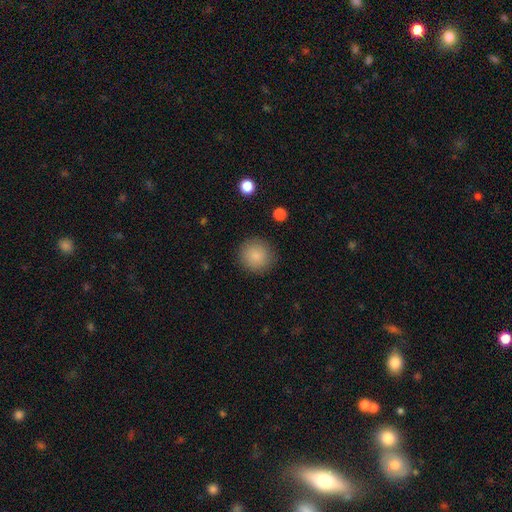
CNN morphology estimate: smooth-or-featured: smooth: 87% | star or artifact: 8% | featured or disk: 5%
  how-rounded: round: 93% | in between: 6% | cigar-shaped: 1%
  merging: none: 89% | minor disturbance: 7% | major disturbance: 3% | merger: 1%